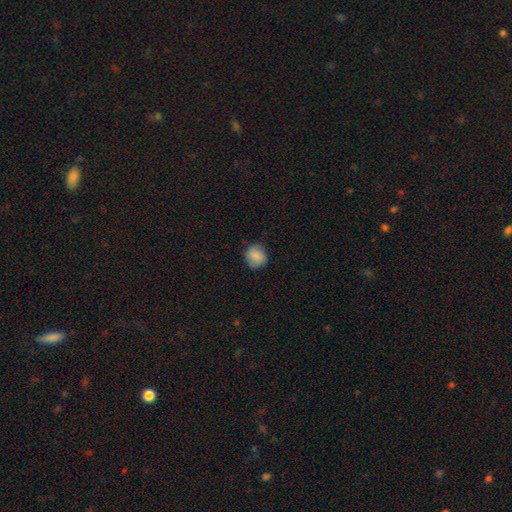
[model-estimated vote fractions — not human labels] smooth_or_featured: smooth (p=0.84) [alt: featured or disk p=0.08]
how_rounded: round (p=0.85) [alt: in between p=0.14]
merging: none (p=0.81) [alt: minor disturbance p=0.15]